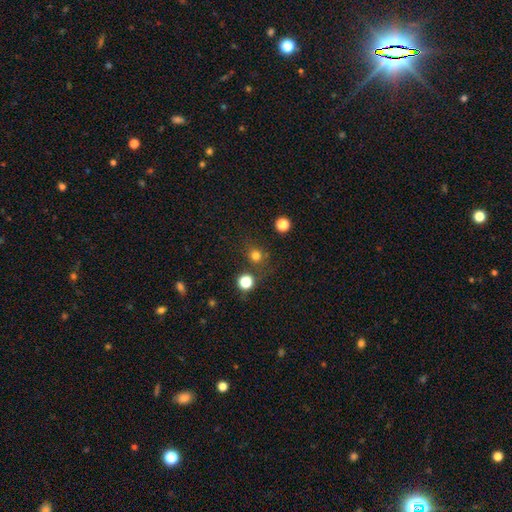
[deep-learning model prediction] A smooth galaxy with no disk features (76%) that is round (87%).

Vote fractions:
- Smooth or featured? smooth: 76% / star or artifact: 18% / featured or disk: 6%
- How rounded? round: 87% / in between: 12% / cigar-shaped: 1%
- Merging? none: 76% / minor disturbance: 10% / merger: 9% / major disturbance: 5%